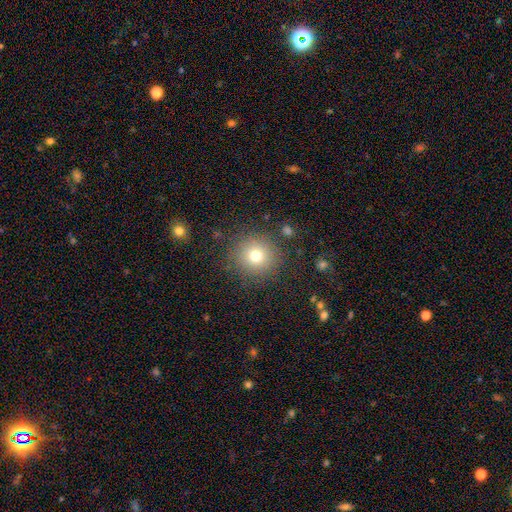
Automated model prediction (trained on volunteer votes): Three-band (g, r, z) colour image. It shows a smooth galaxy with no disk features (74%) that is round (94%). Merging: none (87%).